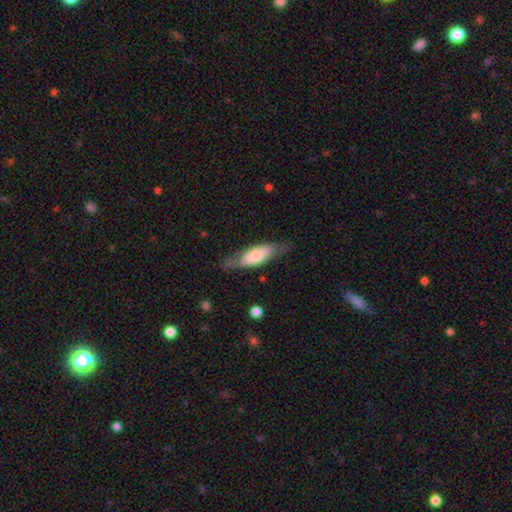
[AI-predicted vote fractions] Smooth or featured? smooth (59%)
How rounded? in between (56%)
Merging? none (72%)